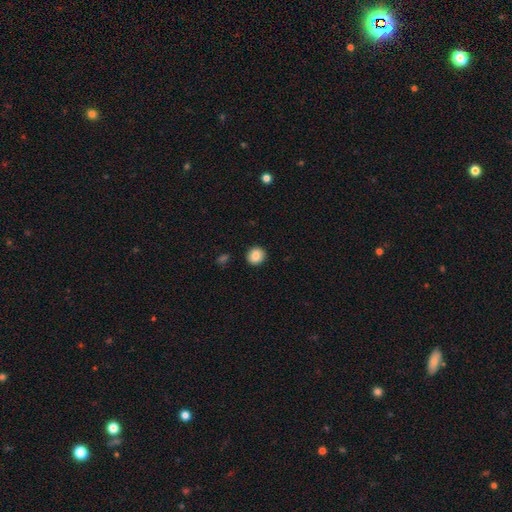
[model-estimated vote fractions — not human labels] Morphology: type=smooth (86%); roundness=round (89%); merging=none (91%).